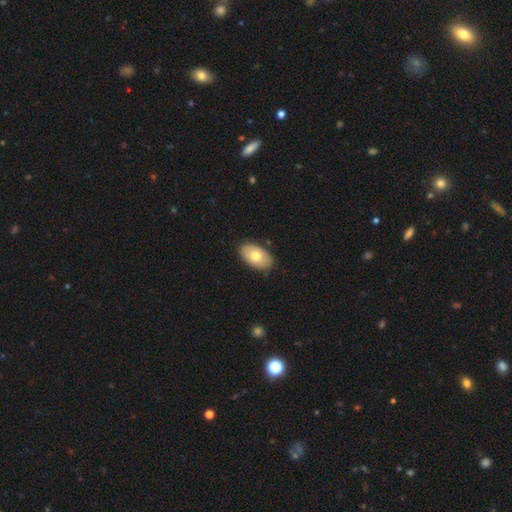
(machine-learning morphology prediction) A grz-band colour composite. It shows a smooth galaxy with no disk features (70%) that is in between round and cigar-shaped (93%). Merging: none (86%).